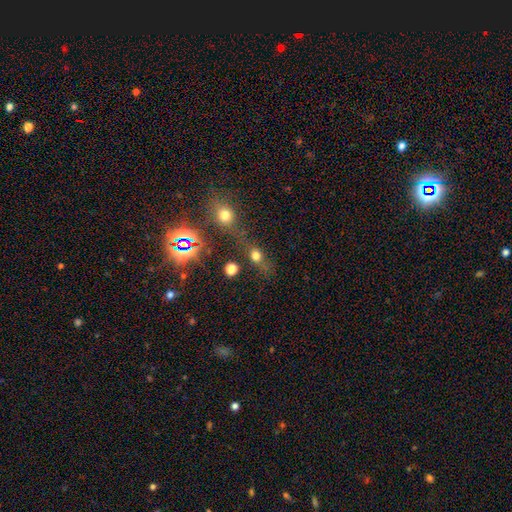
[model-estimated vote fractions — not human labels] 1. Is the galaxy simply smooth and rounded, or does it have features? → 64% smooth, 24% star or artifact, 13% featured or disk.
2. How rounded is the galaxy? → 59% round, 34% in between, 7% cigar-shaped.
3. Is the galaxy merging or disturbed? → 53% none, 25% merger, 13% minor disturbance, 9% major disturbance.